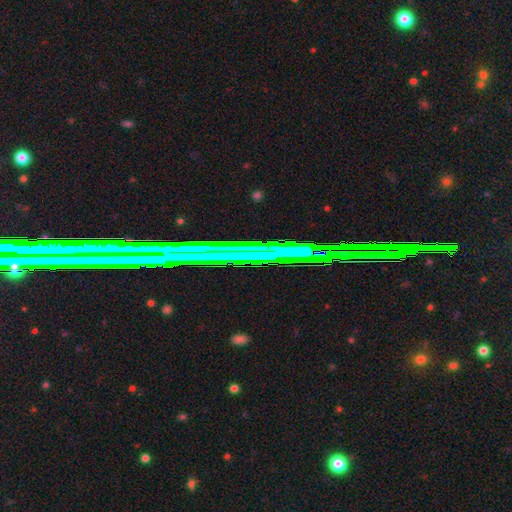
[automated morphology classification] Smooth or featured?
  - star or artifact: 53% *
  - featured or disk: 30%
  - smooth: 17%